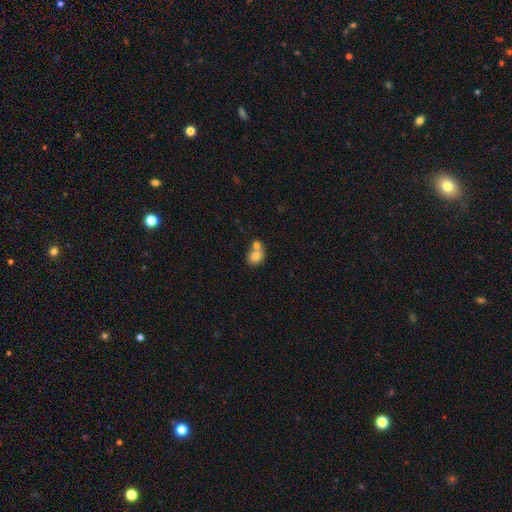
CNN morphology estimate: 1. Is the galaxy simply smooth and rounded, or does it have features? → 76% smooth, 14% featured or disk, 9% star or artifact.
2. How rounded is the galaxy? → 59% round, 40% in between, 1% cigar-shaped.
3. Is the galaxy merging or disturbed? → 57% merger, 33% none, 8% minor disturbance, 3% major disturbance.